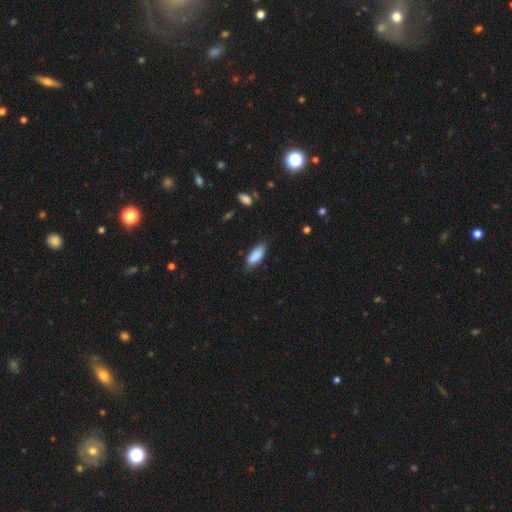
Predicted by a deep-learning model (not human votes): This appears to be a smooth galaxy with no disk features (88%) that is in between round and cigar-shaped (78%). Merging: none (75%).